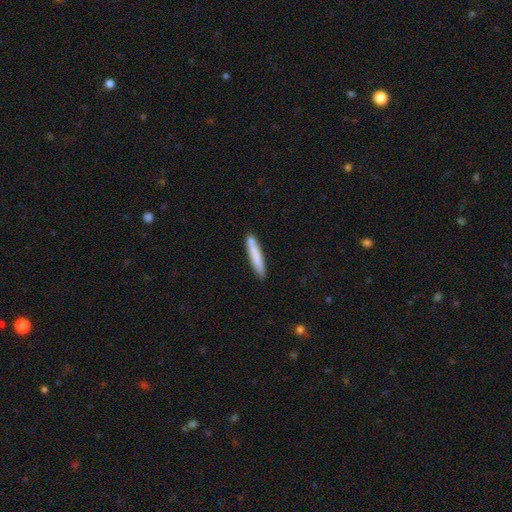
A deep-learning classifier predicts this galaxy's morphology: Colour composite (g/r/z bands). It shows a smooth galaxy with no disk features (77%) that is cigar-shaped (94%). Merging: none (79%).